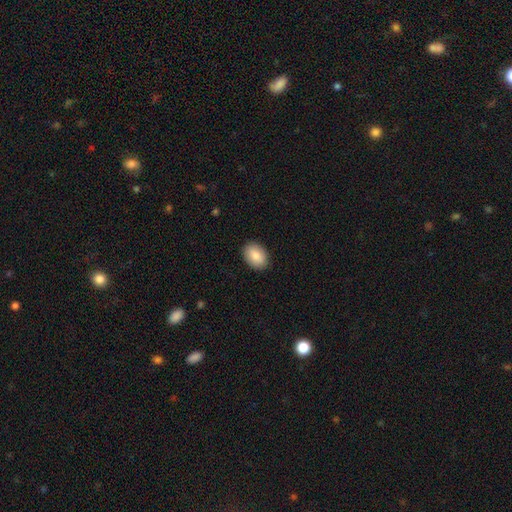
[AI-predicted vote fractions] smooth 87%, featured or disk 7%, star or artifact 6%. Down the decision tree: how rounded — in between (84%); merging — none (89%).